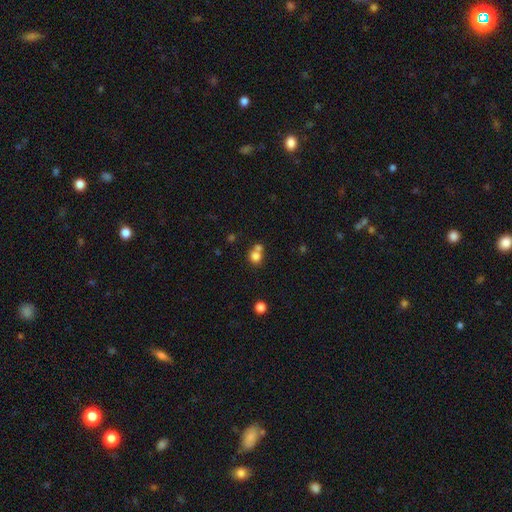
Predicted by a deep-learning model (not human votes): Smooth or featured: smooth — 79% (star or artifact — 12%)
How rounded: round — 82% (in between — 17%)
Merging: none — 48% (merger — 42%)